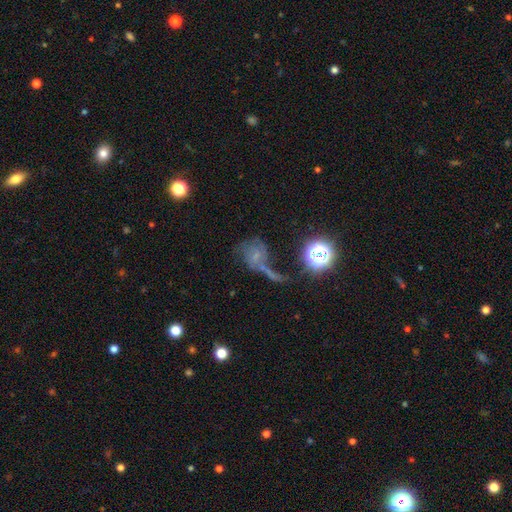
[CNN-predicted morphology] Overall: featured or disk (40%; smooth 37%). Merging: none (30%, tied with merger).